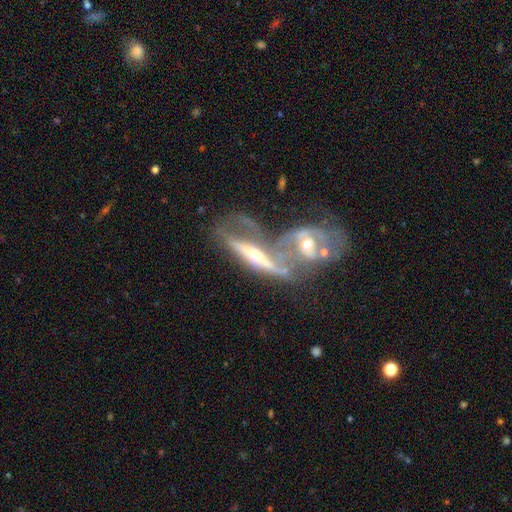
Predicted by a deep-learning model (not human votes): smooth-or-featured: featured or disk: 74% | smooth: 18% | star or artifact: 8%
  disk-edge-on: yes: 53% | no: 47%
  merging: merger: 67% | major disturbance: 13% | none: 12% | minor disturbance: 8%